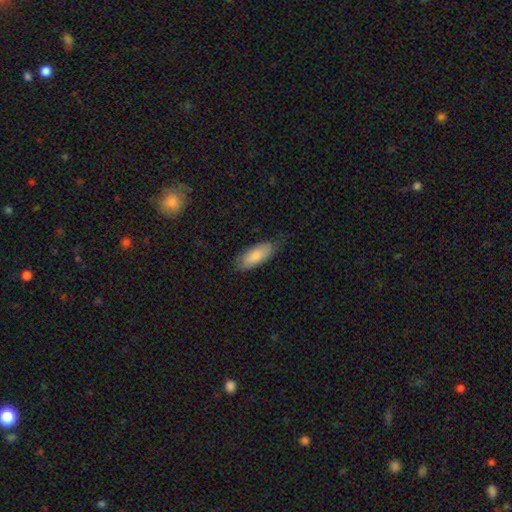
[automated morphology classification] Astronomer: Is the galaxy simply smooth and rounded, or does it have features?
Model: smooth — 82%.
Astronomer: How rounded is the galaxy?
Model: in between — 80%.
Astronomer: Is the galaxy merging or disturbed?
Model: none — 74%.